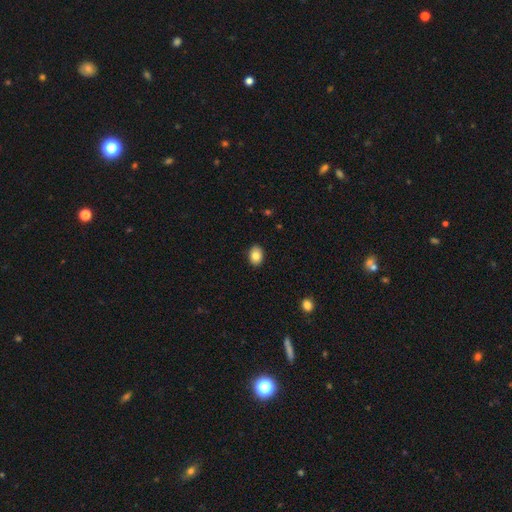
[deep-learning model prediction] smooth-or-featured: smooth: 85% | star or artifact: 8% | featured or disk: 7%
  how-rounded: in between: 70% | round: 30% | cigar-shaped: 1%
  merging: none: 90% | minor disturbance: 8% | major disturbance: 2% | merger: 1%